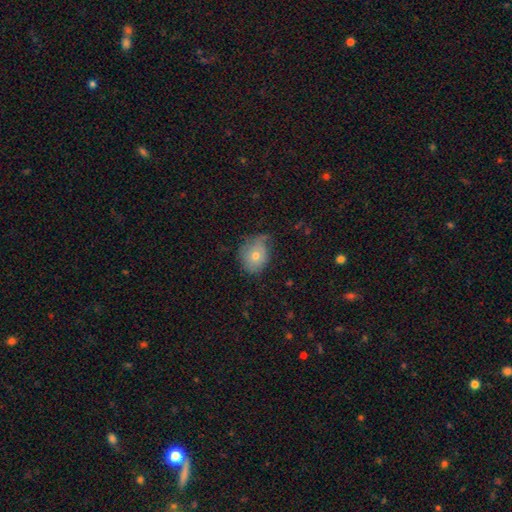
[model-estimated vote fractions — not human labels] Smooth or featured? smooth (68%)
How rounded? round (57%)
Merging? none (51%)